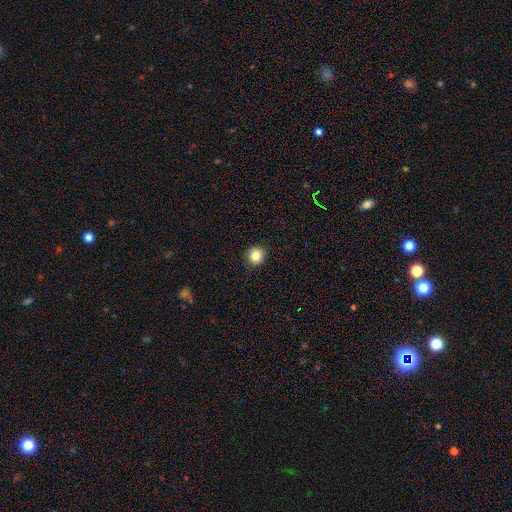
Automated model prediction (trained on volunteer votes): A smooth galaxy with no disk features (84%) that is round (92%). Merging: none (90%).